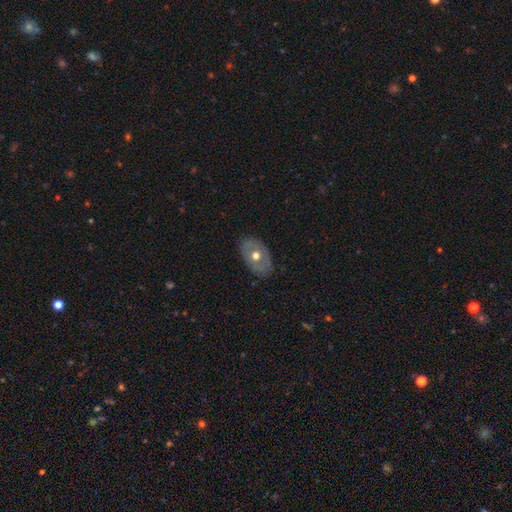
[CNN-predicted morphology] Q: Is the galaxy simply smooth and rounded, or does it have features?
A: smooth — 49%.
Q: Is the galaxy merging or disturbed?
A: none — 81%.